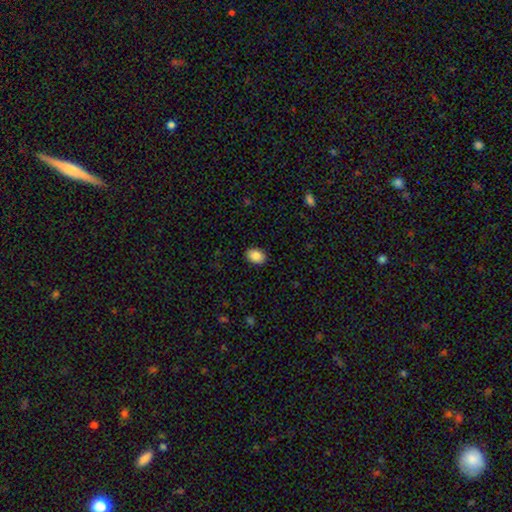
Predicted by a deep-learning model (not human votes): smooth 88%, star or artifact 7%, featured or disk 4%. Down the decision tree: how rounded — in between (80%); merging — none (89%).